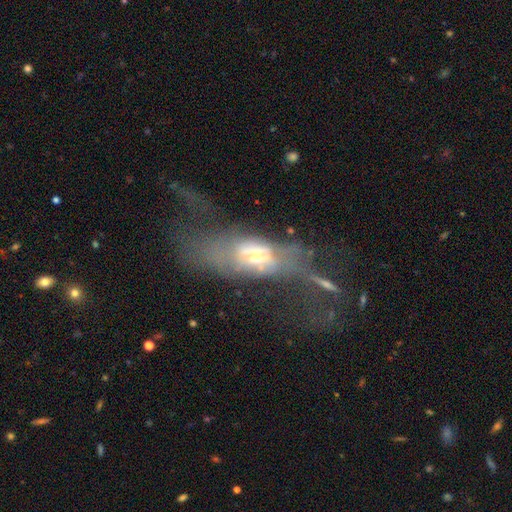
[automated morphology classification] Overall: featured or disk (55%; smooth 32%). Edge-on disk: no (71%). Merging: major disturbance (52%; merger 19%).